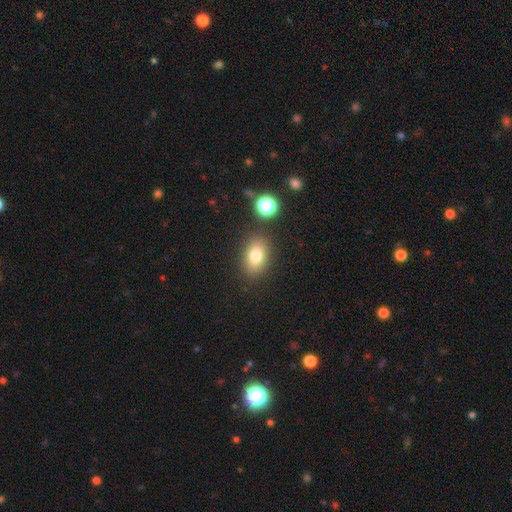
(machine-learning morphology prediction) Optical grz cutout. It shows a smooth galaxy with no disk features (78%) that is in between round and cigar-shaped (79%). Merging: none (83%).